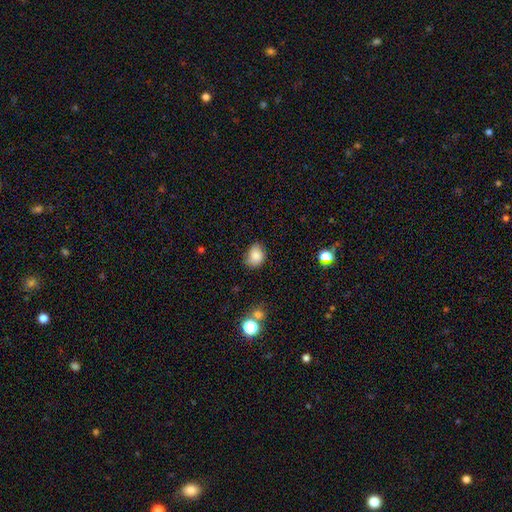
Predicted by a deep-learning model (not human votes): This appears to be a smooth galaxy with no disk features (81%) that is in between round and cigar-shaped (54%). Merging: none (62%).